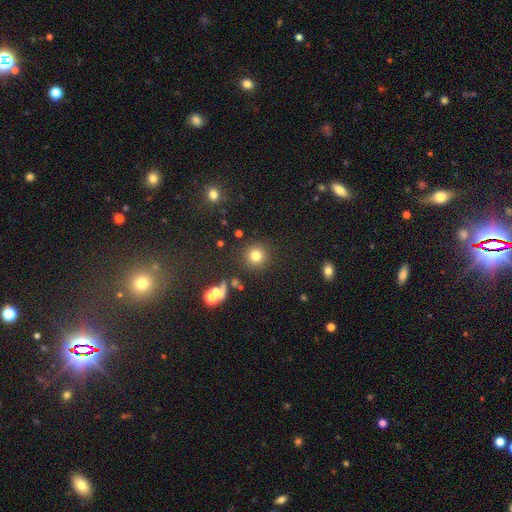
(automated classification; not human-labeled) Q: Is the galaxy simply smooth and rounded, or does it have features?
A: smooth — 76%.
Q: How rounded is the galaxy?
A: round — 94%.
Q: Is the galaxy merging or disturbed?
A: none — 87%.